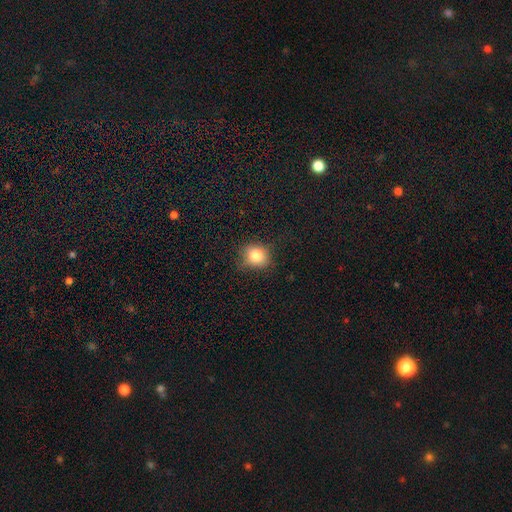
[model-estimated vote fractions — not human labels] This appears to be a smooth galaxy with no disk features (81%) that is round (75%). Merging: none (75%).